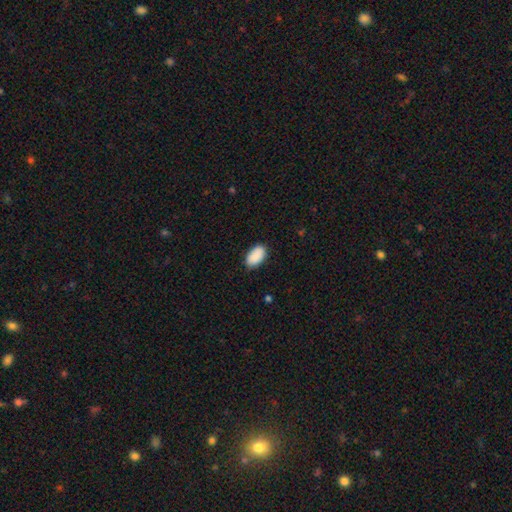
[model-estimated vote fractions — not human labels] Smooth or featured?
  - smooth: 91% *
  - star or artifact: 6%
  - featured or disk: 3%
How rounded?
  - in between: 95% *
  - round: 4%
  - cigar-shaped: 1%
Merging?
  - none: 84% *
  - minor disturbance: 13%
  - major disturbance: 2%
  - merger: 1%